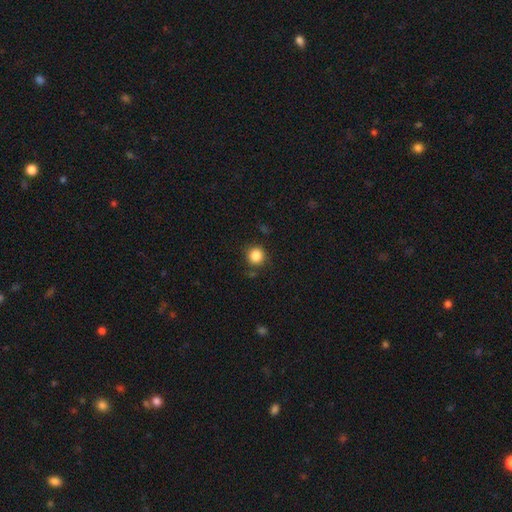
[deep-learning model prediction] Morphology: type=smooth (86%); roundness=round (93%); merging=none (86%).